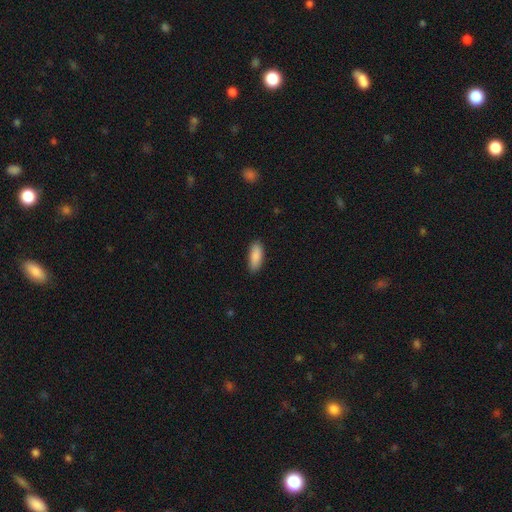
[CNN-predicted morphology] Smooth or featured?
  - smooth: 89% *
  - star or artifact: 6%
  - featured or disk: 5%
How rounded?
  - in between: 78% *
  - cigar-shaped: 20%
  - round: 2%
Merging?
  - none: 86% *
  - minor disturbance: 11%
  - major disturbance: 2%
  - merger: 1%